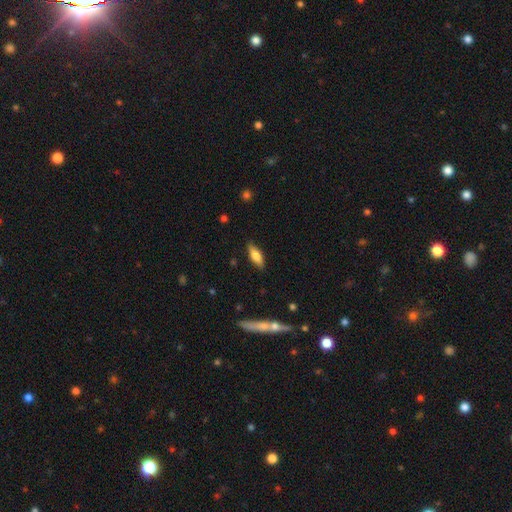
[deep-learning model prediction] smooth 73%, featured or disk 21%, star or artifact 7%. Down the decision tree: how rounded — in between (57%); merging — none (85%).